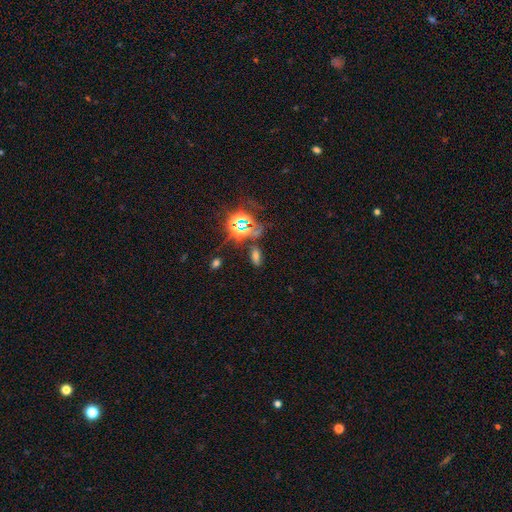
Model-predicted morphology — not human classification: smooth_or_featured: smooth (p=0.49) [alt: star or artifact p=0.39]
merging: none (p=0.77) [alt: minor disturbance p=0.12]